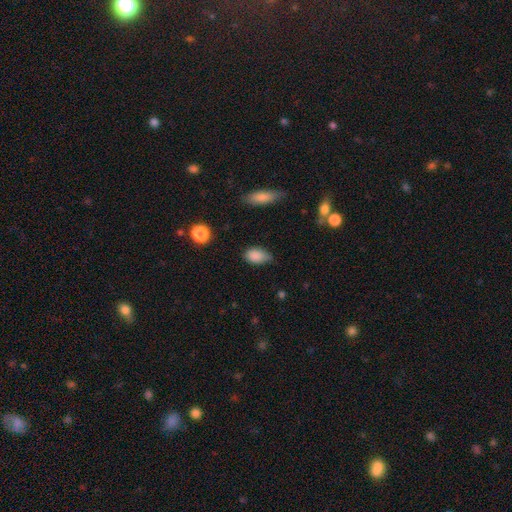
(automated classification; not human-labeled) Smooth or featured? smooth (86%)
How rounded? in between (87%)
Merging? none (57%)